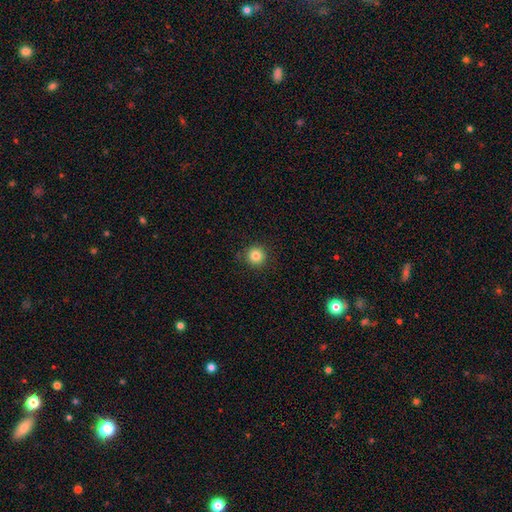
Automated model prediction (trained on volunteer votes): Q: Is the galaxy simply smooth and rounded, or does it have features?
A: smooth — 83%.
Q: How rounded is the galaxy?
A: round — 95%.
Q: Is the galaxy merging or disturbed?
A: none — 90%.